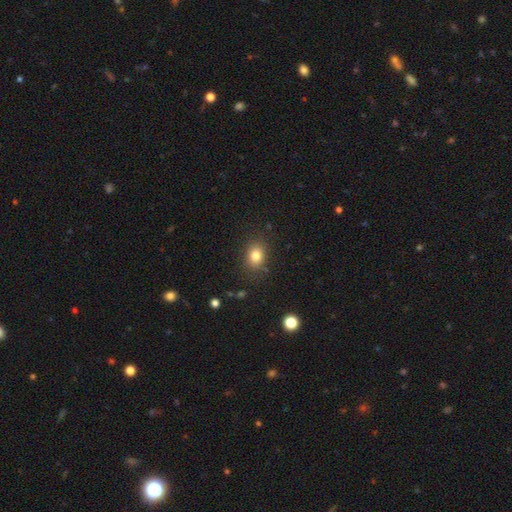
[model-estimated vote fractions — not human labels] Smooth or featured?
  - smooth: 81% *
  - star or artifact: 12%
  - featured or disk: 8%
How rounded?
  - in between: 56% *
  - round: 43%
  - cigar-shaped: 1%
Merging?
  - none: 84% *
  - minor disturbance: 11%
  - major disturbance: 3%
  - merger: 2%